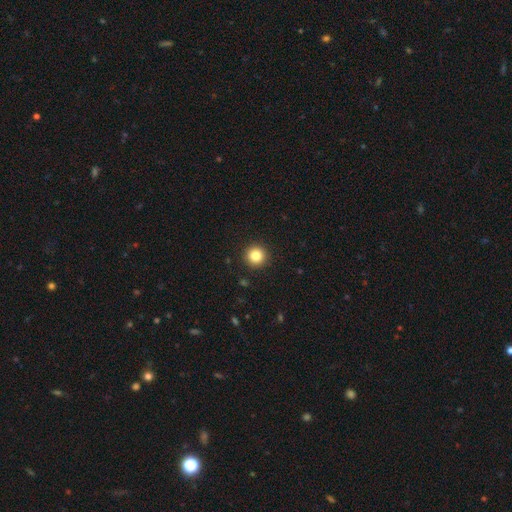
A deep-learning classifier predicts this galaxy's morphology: Smooth or featured?
  - smooth: 83% *
  - star or artifact: 11%
  - featured or disk: 6%
How rounded?
  - round: 95% *
  - in between: 4%
  - cigar-shaped: 1%
Merging?
  - none: 93% *
  - minor disturbance: 5%
  - major disturbance: 2%
  - merger: 1%